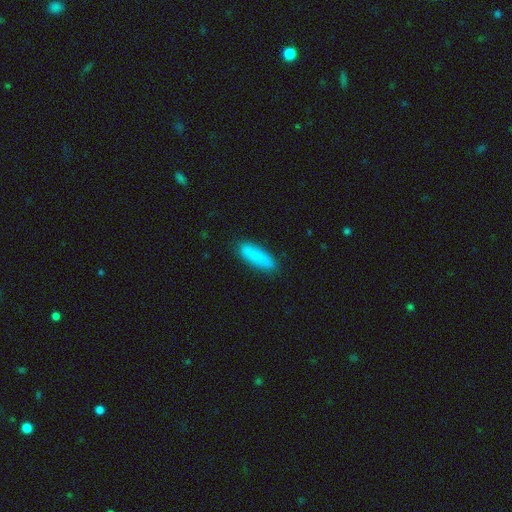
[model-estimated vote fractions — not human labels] This appears to be a smooth galaxy with no disk features (84%) that is cigar-shaped (54%). Merging: none (81%).